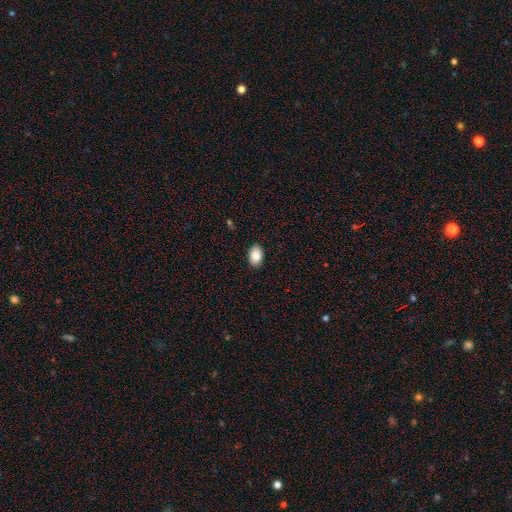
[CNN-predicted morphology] A smooth galaxy with no disk features (87%) that is in between round and cigar-shaped (86%).

Vote fractions:
- Smooth or featured? smooth: 87% / star or artifact: 7% / featured or disk: 6%
- How rounded? in between: 86% / round: 13% / cigar-shaped: 1%
- Merging? none: 89% / minor disturbance: 8% / major disturbance: 2% / merger: 1%